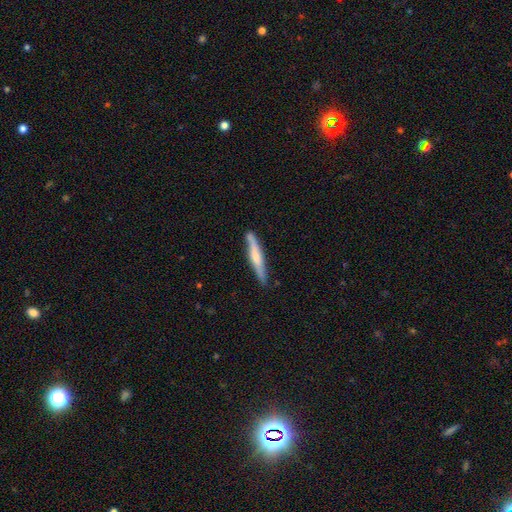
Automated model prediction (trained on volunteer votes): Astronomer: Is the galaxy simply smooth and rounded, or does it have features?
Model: smooth — 51% (runner-up: featured or disk, 44%).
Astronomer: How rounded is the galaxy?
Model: cigar-shaped — 94%.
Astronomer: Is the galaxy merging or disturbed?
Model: none — 82%.